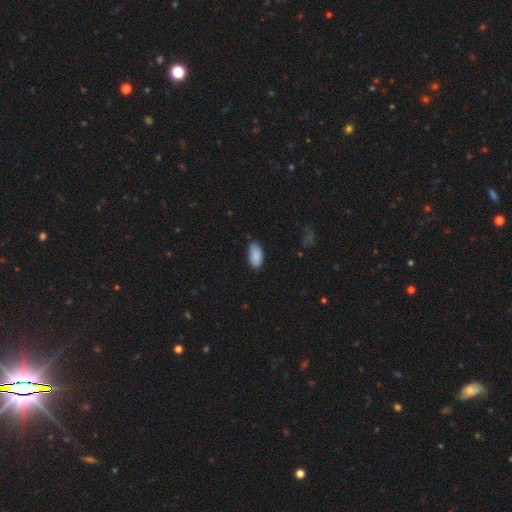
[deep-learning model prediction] Smooth or featured? Predicted: smooth (p=0.88). How rounded? Predicted: in between (p=0.94). Merging? Predicted: none (p=0.72).